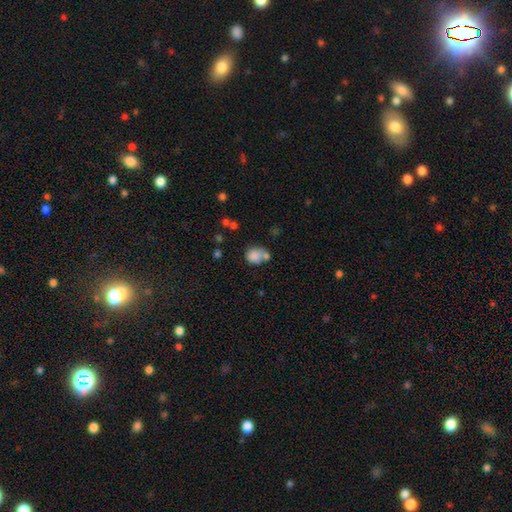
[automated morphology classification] smooth-or-featured: smooth: 81% | star or artifact: 10% | featured or disk: 9%
  how-rounded: round: 63% | in between: 36% | cigar-shaped: 1%
  merging: none: 44% | merger: 31% | minor disturbance: 17% | major disturbance: 8%